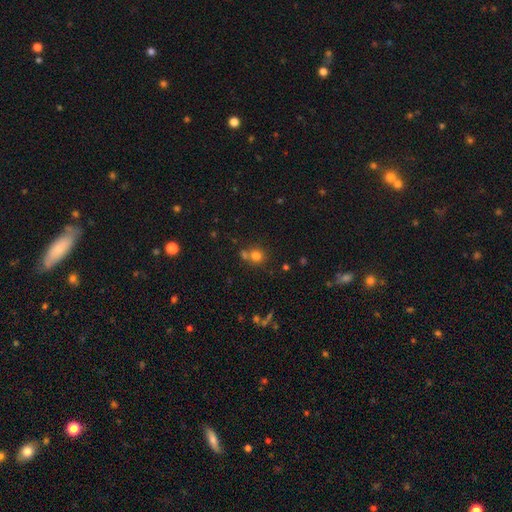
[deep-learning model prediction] Overall: smooth (76%). How rounded: round (87%). Merging: none (57%; merger 31%).